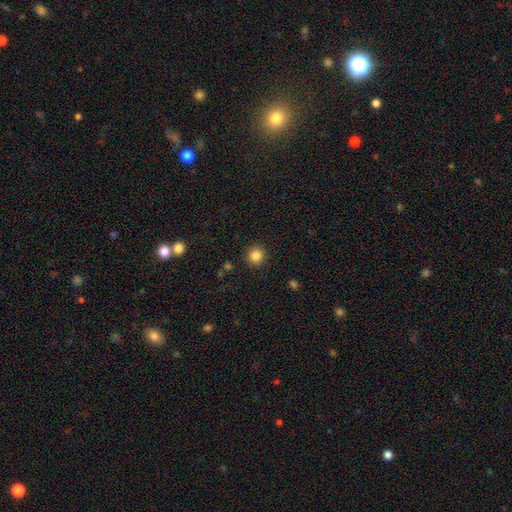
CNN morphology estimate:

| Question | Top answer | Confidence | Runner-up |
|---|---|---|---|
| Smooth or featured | smooth | 85% | star or artifact (11%) |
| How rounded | round | 93% | in between (6%) |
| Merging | none | 91% | minor disturbance (6%) |